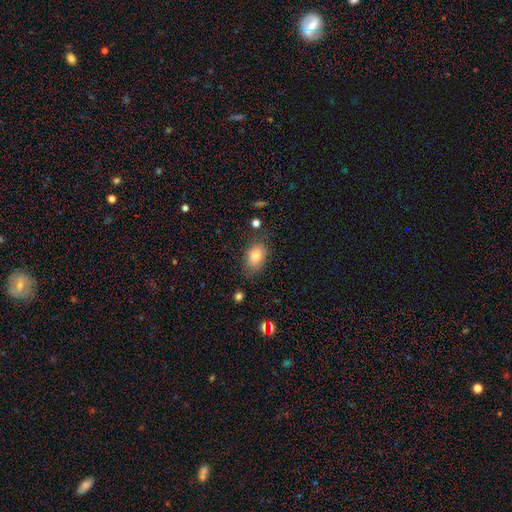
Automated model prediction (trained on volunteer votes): smooth 80%, featured or disk 10%, star or artifact 9%. Down the decision tree: how rounded — in between (78%); merging — none (76%).